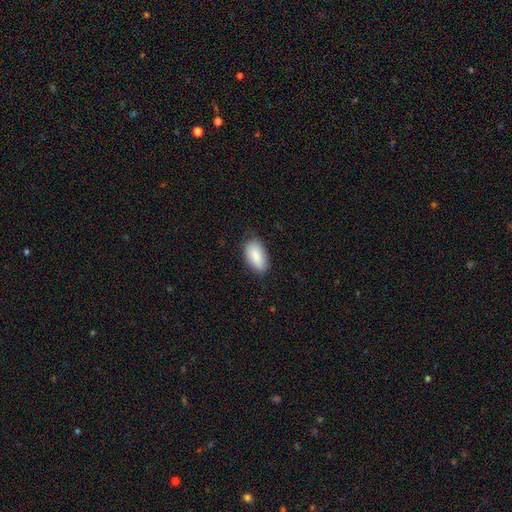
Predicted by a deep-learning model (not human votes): A smooth galaxy with no disk features (87%) that is in between round and cigar-shaped (93%). Merging: none (77%).